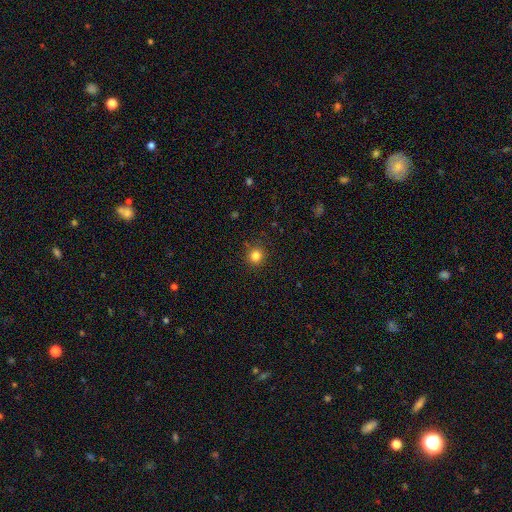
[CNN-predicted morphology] This is clearly a smooth galaxy (83%). How rounded: clearly round (92%). Merging: clearly none (89%).